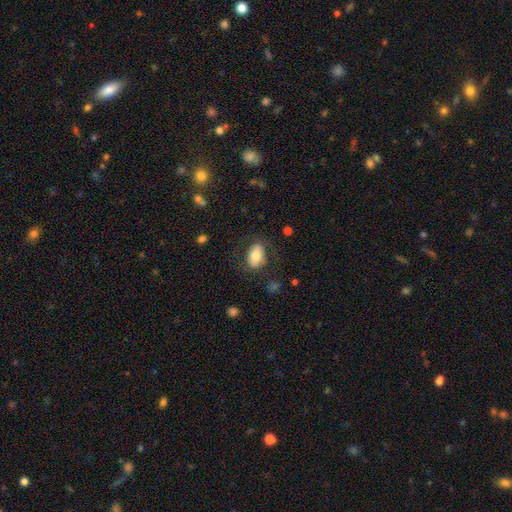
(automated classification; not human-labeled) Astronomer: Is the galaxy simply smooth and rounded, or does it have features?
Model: smooth — 72%.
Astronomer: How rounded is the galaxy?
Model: in between — 87%.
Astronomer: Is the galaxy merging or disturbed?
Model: none — 74%.